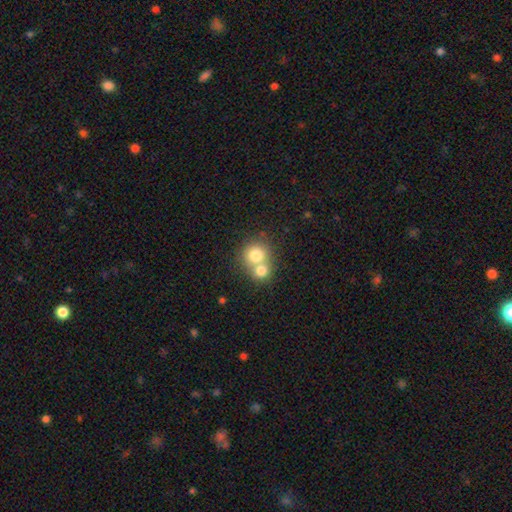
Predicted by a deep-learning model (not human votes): A smooth galaxy with no disk features (75%) that is round (83%).

Vote fractions:
- Smooth or featured? smooth: 75% / featured or disk: 15% / star or artifact: 10%
- How rounded? round: 83% / in between: 16% / cigar-shaped: 1%
- Merging? merger: 62% / none: 31% / minor disturbance: 5% / major disturbance: 2%